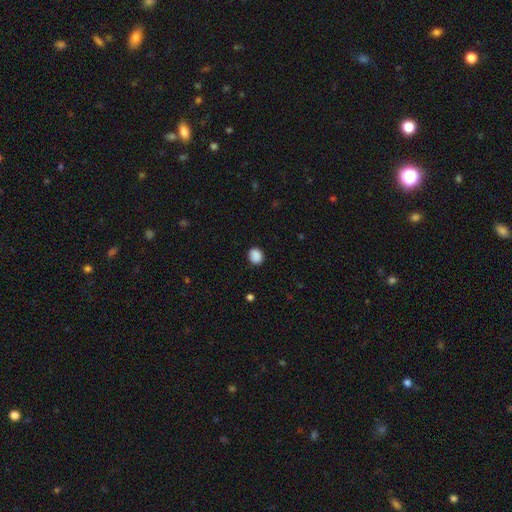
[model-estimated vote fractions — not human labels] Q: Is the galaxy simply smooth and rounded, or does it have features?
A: smooth — 88%.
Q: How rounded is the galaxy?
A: round — 68%.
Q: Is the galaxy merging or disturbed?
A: none — 88%.